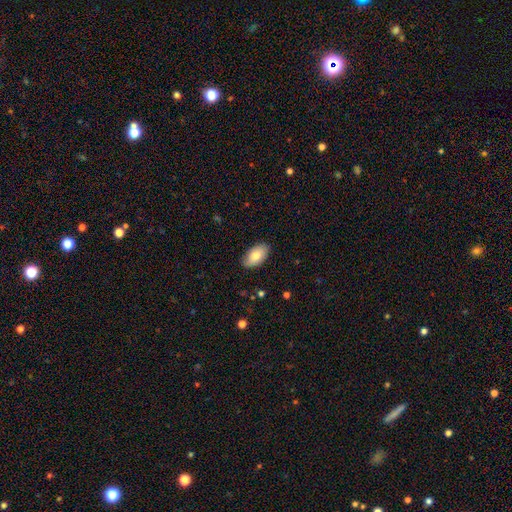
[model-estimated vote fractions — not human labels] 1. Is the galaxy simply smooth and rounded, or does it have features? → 79% smooth, 15% featured or disk, 6% star or artifact.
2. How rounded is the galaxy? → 95% in between, 3% round, 2% cigar-shaped.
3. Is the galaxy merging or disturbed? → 84% none, 13% minor disturbance, 2% major disturbance, 1% merger.